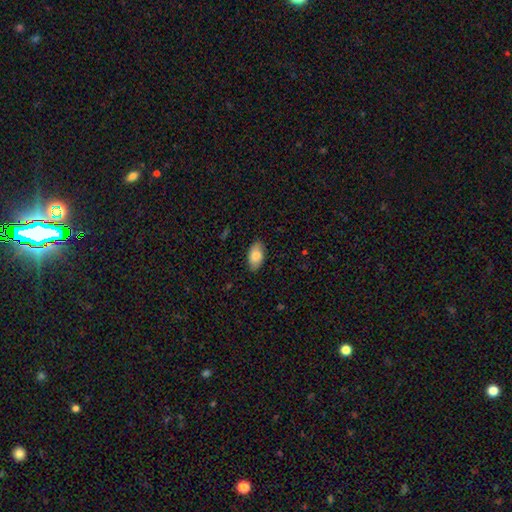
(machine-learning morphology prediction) smooth_or_featured: smooth (p=0.85) [alt: featured or disk p=0.09]
how_rounded: in between (p=0.94) [alt: round p=0.04]
merging: none (p=0.86) [alt: minor disturbance p=0.10]